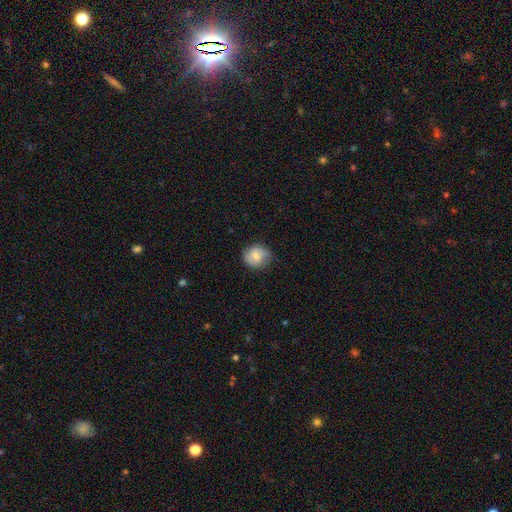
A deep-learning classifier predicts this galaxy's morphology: Smooth or featured? Predicted: smooth (p=0.70). How rounded? Predicted: round (p=0.82). Merging? Predicted: none (p=0.80).